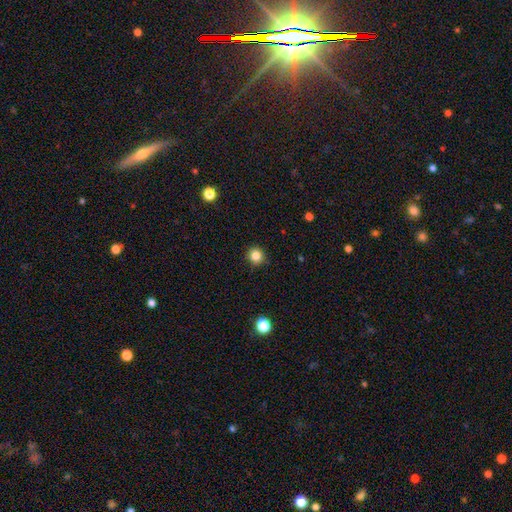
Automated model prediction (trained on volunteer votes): smooth_or_featured: smooth (p=0.83) [alt: star or artifact p=0.12]
how_rounded: round (p=0.92) [alt: in between p=0.07]
merging: none (p=0.91) [alt: minor disturbance p=0.07]